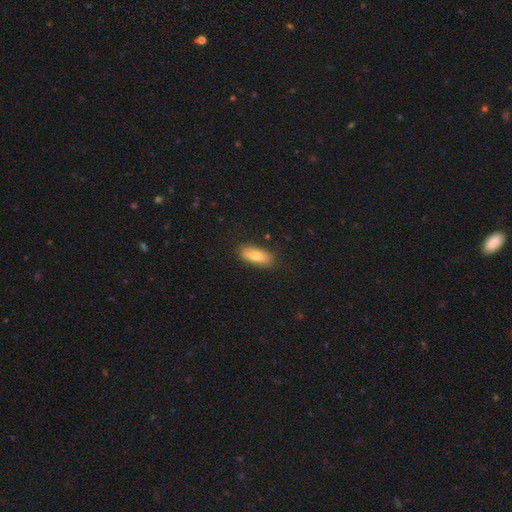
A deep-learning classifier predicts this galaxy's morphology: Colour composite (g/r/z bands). It shows a smooth galaxy with no disk features (74%) that is in between round and cigar-shaped (72%). Merging: none (83%).